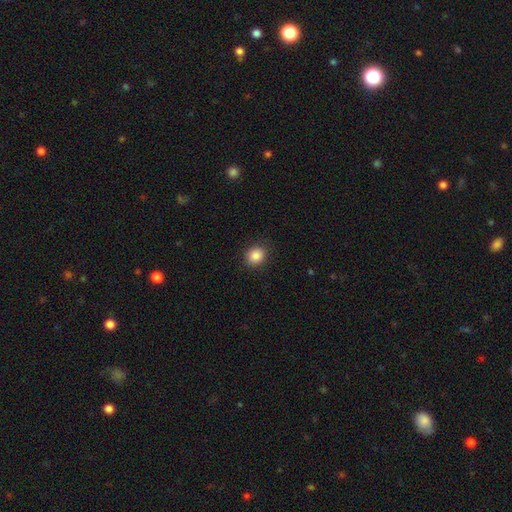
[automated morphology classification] A smooth galaxy with no disk features (87%) that is round (74%).

Vote fractions:
- Smooth or featured? smooth: 87% / star or artifact: 9% / featured or disk: 4%
- How rounded? round: 74% / in between: 25% / cigar-shaped: 1%
- Merging? none: 88% / minor disturbance: 9% / major disturbance: 2% / merger: 1%